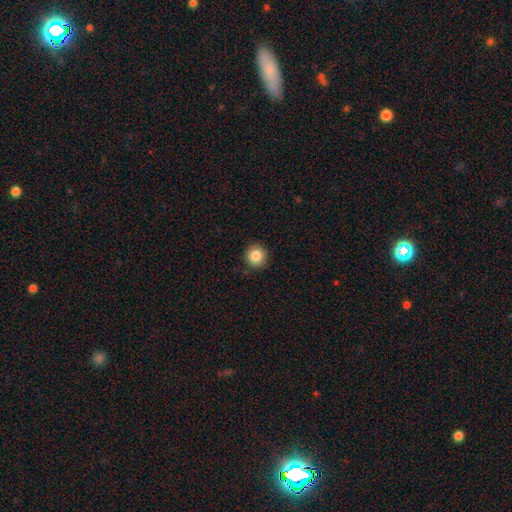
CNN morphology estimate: This appears to be a smooth galaxy with no disk features (85%) that is round (92%). Merging: none (91%).